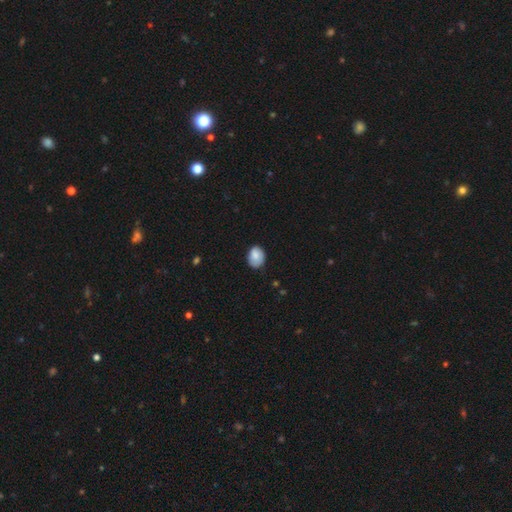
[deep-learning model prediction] The model was most divided on "how rounded": in between: 62%, round: 37%, cigar-shaped: 1%. More confident: smooth or featured — smooth (83%); merging — none (71%).